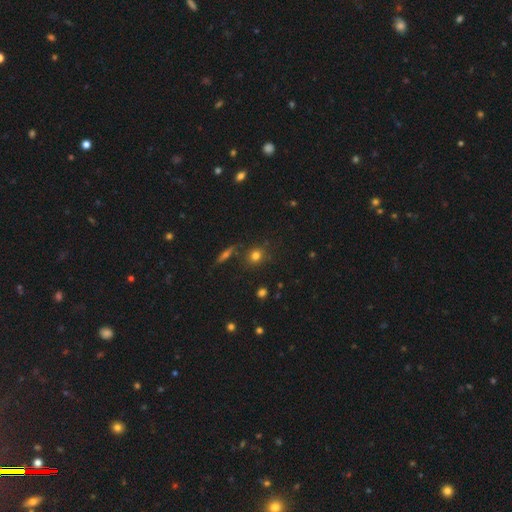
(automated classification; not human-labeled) Smooth or featured? smooth (77%)
How rounded? round (78%)
Merging? none (80%)